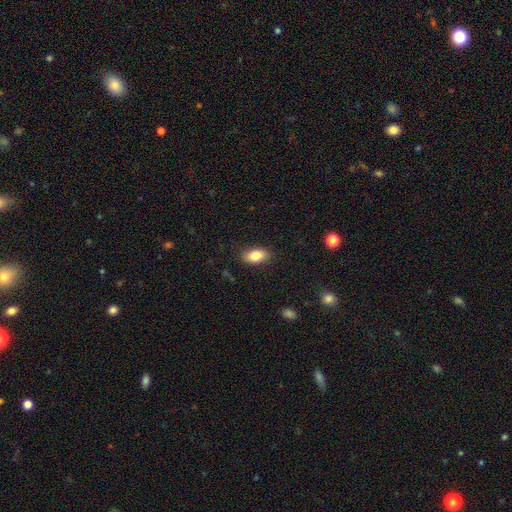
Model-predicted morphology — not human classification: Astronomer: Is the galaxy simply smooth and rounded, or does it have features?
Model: smooth — 83%.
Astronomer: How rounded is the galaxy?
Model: in between — 91%.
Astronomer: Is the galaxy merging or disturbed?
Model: none — 86%.